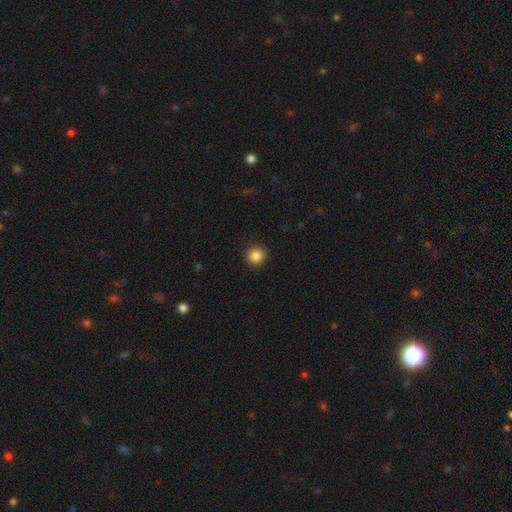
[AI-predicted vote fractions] Smooth or featured?
  - smooth: 87% *
  - star or artifact: 10%
  - featured or disk: 3%
How rounded?
  - round: 95% *
  - in between: 4%
  - cigar-shaped: 1%
Merging?
  - none: 92% *
  - minor disturbance: 5%
  - major disturbance: 2%
  - merger: 1%